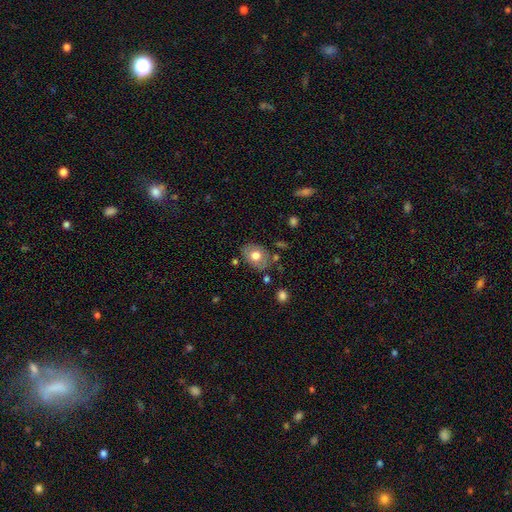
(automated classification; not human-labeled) Overall: smooth (66%; featured or disk 27%). How rounded: in between (70%). Merging: none (75%).